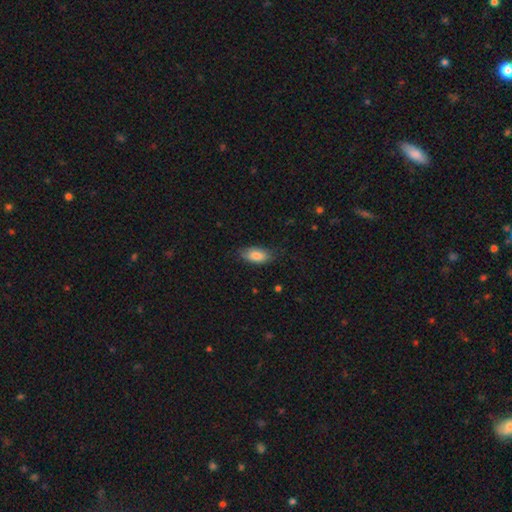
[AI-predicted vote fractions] smooth 82%, featured or disk 11%, star or artifact 7%. Down the decision tree: how rounded — in between (90%); merging — none (75%).